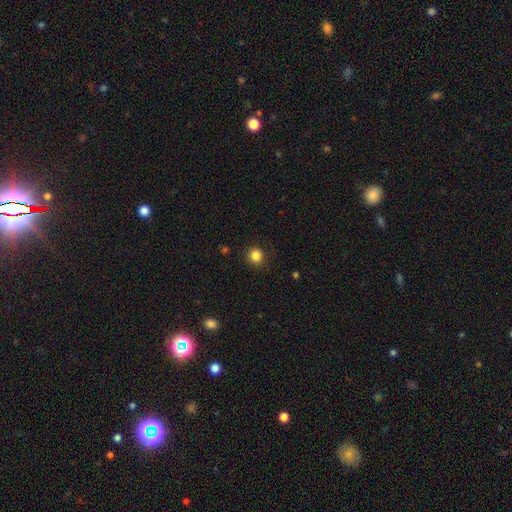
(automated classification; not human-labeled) smooth 84%, star or artifact 12%, featured or disk 4%. Down the decision tree: how rounded — round (93%); merging — none (89%).